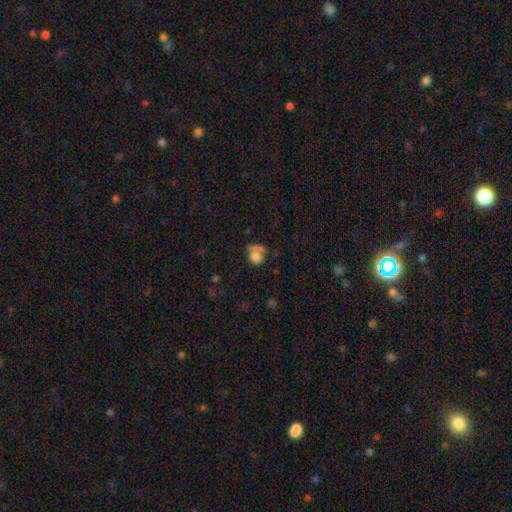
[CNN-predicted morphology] A smooth galaxy with no disk features (72%) that is round (67%).

Vote fractions:
- Smooth or featured? smooth: 72% / featured or disk: 16% / star or artifact: 11%
- How rounded? round: 67% / in between: 32% / cigar-shaped: 1%
- Merging? none: 36% / major disturbance: 23% / minor disturbance: 22% / merger: 18%